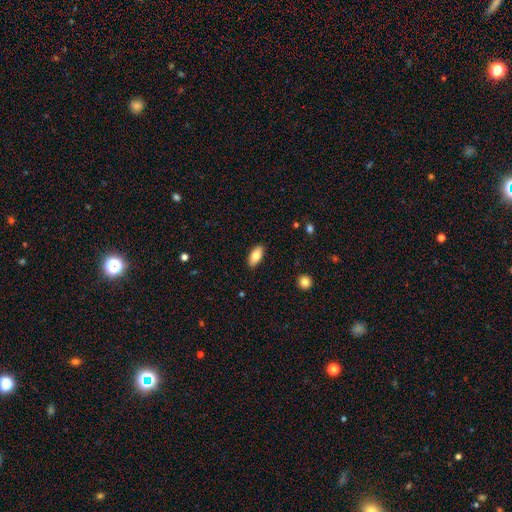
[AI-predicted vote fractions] smooth 78%, featured or disk 15%, star or artifact 7%. Down the decision tree: how rounded — in between (88%); merging — none (89%).